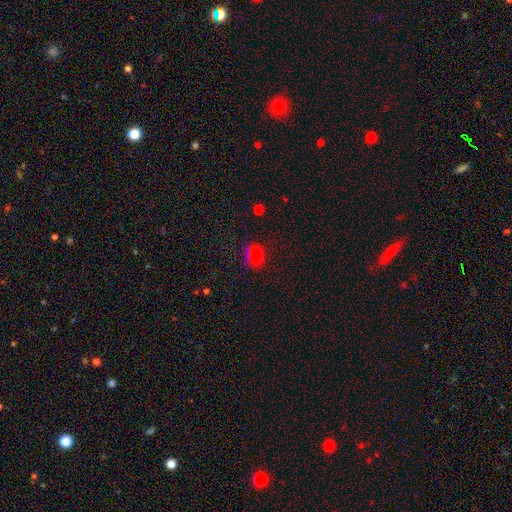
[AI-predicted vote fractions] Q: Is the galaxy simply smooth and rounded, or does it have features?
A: smooth — 58%.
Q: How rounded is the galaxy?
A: round — 48%, tied with in between.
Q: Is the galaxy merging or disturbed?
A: none — 69%.